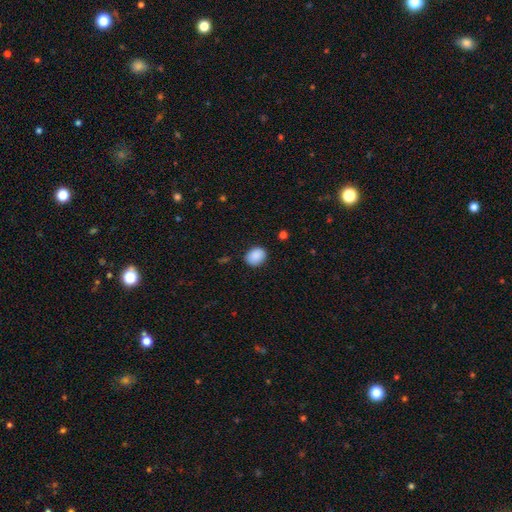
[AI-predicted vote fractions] The model was most divided on "how rounded": in between: 54%, round: 45%, cigar-shaped: 1%. More confident: smooth or featured — smooth (90%); merging — none (85%).